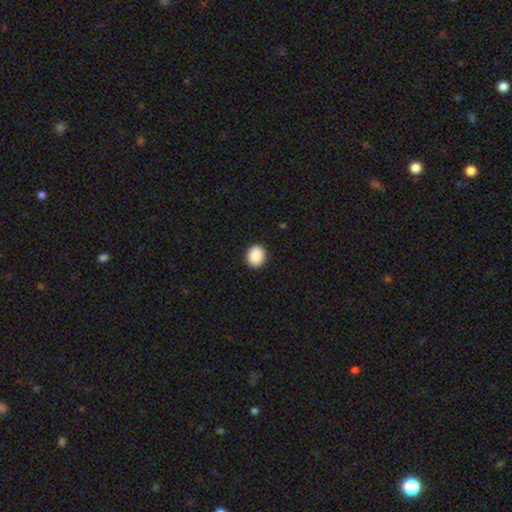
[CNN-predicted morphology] Q: Smooth or featured?
A: smooth (90%); runner-up: star or artifact (8%)
Q: How rounded?
A: round (67%); runner-up: in between (32%)
Q: Merging?
A: none (92%); runner-up: minor disturbance (5%)